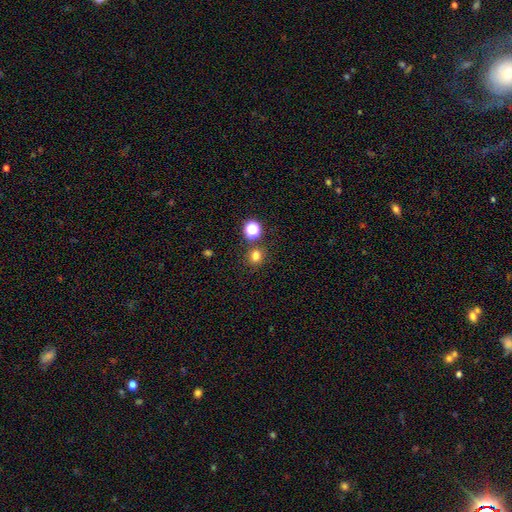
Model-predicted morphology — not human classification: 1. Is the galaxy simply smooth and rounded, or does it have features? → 75% smooth, 19% star or artifact, 6% featured or disk.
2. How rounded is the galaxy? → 83% round, 16% in between, 1% cigar-shaped.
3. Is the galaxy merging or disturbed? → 81% none, 9% merger, 8% minor disturbance, 3% major disturbance.